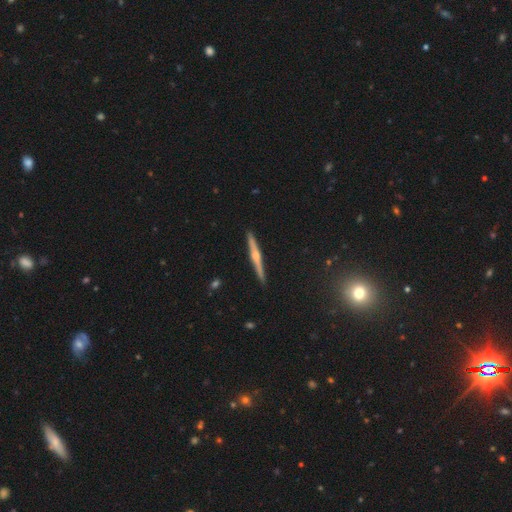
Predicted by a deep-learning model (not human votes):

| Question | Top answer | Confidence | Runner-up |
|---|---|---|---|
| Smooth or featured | featured or disk | 71% | smooth (23%) |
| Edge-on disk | yes | 98% | no (2%) |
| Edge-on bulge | rounded | 80% | none (13%) |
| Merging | none | 91% | minor disturbance (7%) |